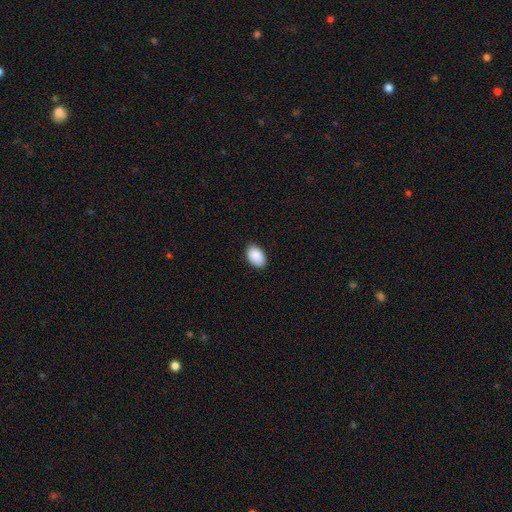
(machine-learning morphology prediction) smooth_or_featured: smooth (p=0.90) [alt: star or artifact p=0.06]
how_rounded: in between (p=0.91) [alt: round p=0.08]
merging: none (p=0.85) [alt: minor disturbance p=0.12]